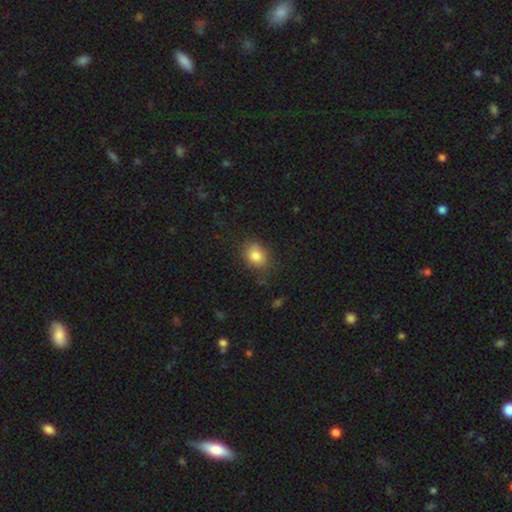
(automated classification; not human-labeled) Smooth or featured? smooth (82%)
How rounded? in between (53%)
Merging? none (74%)